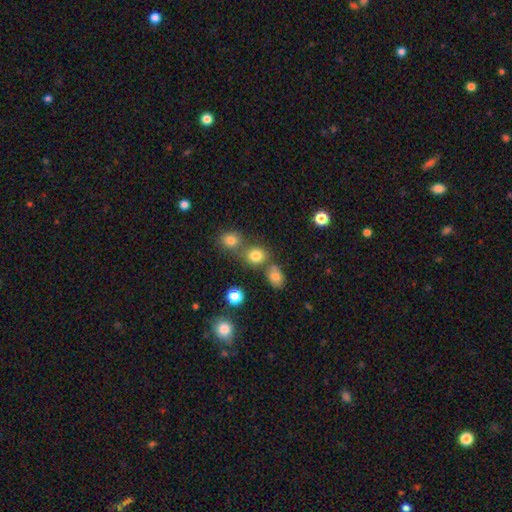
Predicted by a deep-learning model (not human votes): Smooth or featured? smooth (78%)
How rounded? round (71%)
Merging? none (58%)